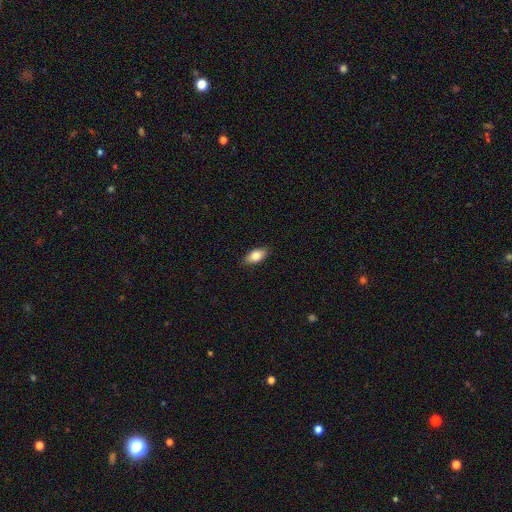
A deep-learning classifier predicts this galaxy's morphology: Smooth or featured? smooth (80%)
How rounded? in between (89%)
Merging? none (86%)